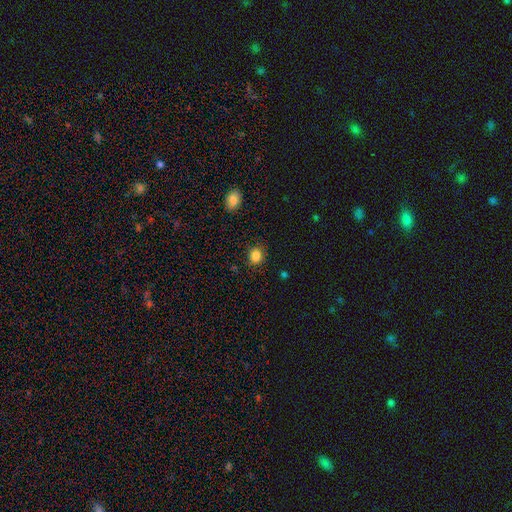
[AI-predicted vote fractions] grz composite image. It shows a smooth galaxy with no disk features (85%) that is round (69%). Merging: none (86%).